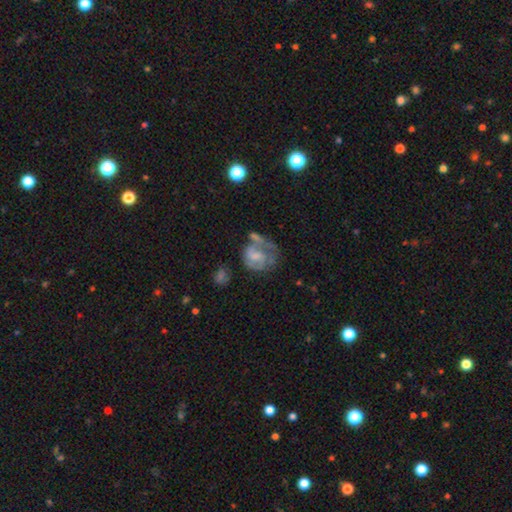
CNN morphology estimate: Smooth or featured? Predicted: featured or disk (p=0.63). Edge-on disk? Predicted: no (p=0.98). Bar? Predicted: no (p=0.48). Spiral arms? Predicted: yes (p=0.75). Bulge size? Predicted: small (p=0.41). Merging? Predicted: none (p=0.32).